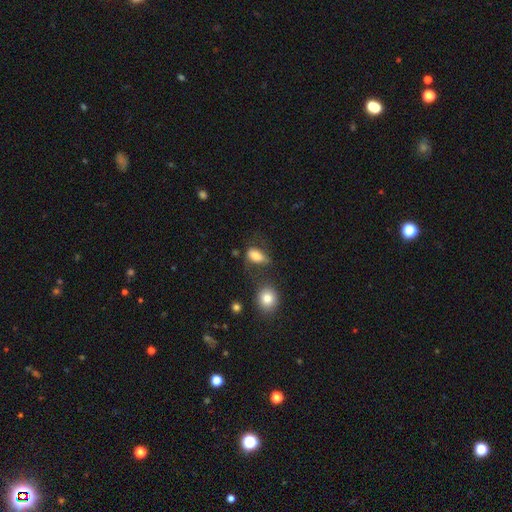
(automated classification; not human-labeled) Q: Smooth or featured?
A: smooth (71%); runner-up: featured or disk (20%)
Q: How rounded?
A: in between (86%); runner-up: round (9%)
Q: Merging?
A: none (41%); runner-up: minor disturbance (24%)